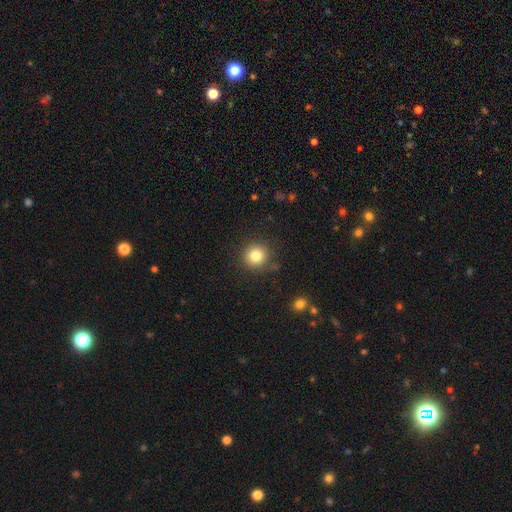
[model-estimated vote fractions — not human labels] Overall: smooth (81%). How rounded: round (94%). Merging: none (86%).